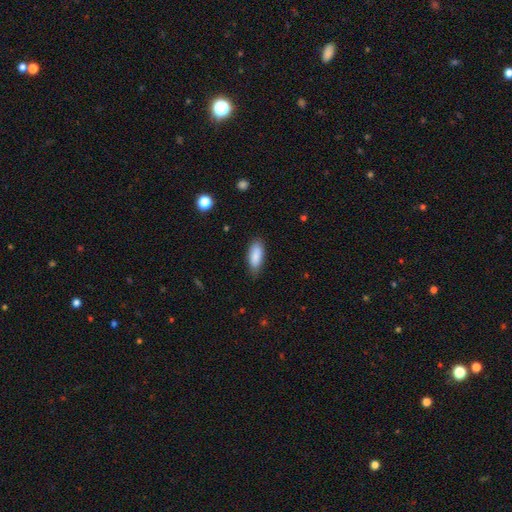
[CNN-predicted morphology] smooth-or-featured: smooth: 88% | star or artifact: 6% | featured or disk: 6%
  how-rounded: in between: 77% | cigar-shaped: 22% | round: 2%
  merging: none: 80% | minor disturbance: 16% | major disturbance: 3% | merger: 1%